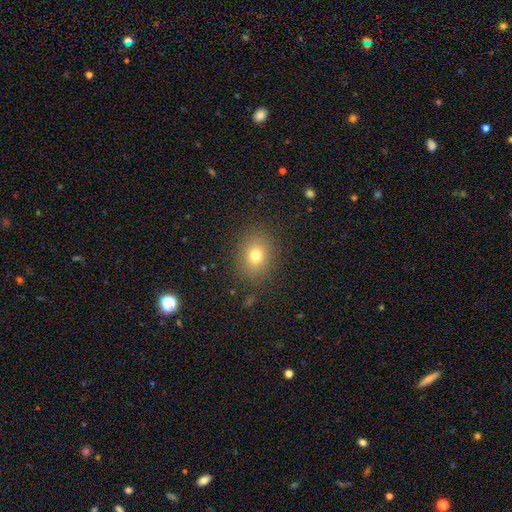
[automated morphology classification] smooth-or-featured: smooth: 75% | star or artifact: 15% | featured or disk: 11%
  how-rounded: round: 62% | in between: 37% | cigar-shaped: 1%
  merging: none: 86% | minor disturbance: 9% | major disturbance: 4% | merger: 1%